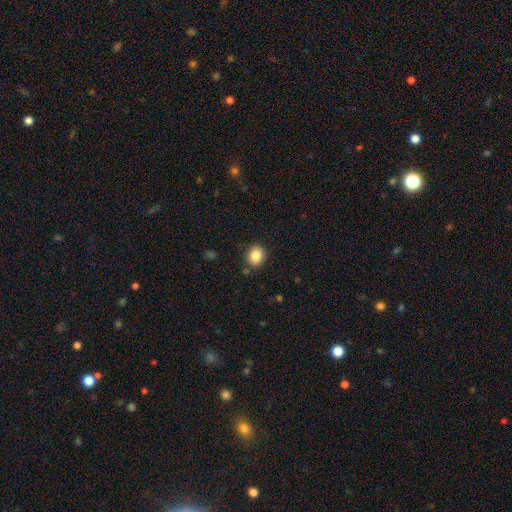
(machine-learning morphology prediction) smooth-or-featured: smooth: 86% | star or artifact: 10% | featured or disk: 5%
  how-rounded: round: 69% | in between: 30% | cigar-shaped: 1%
  merging: none: 87% | minor disturbance: 9% | major disturbance: 2% | merger: 2%